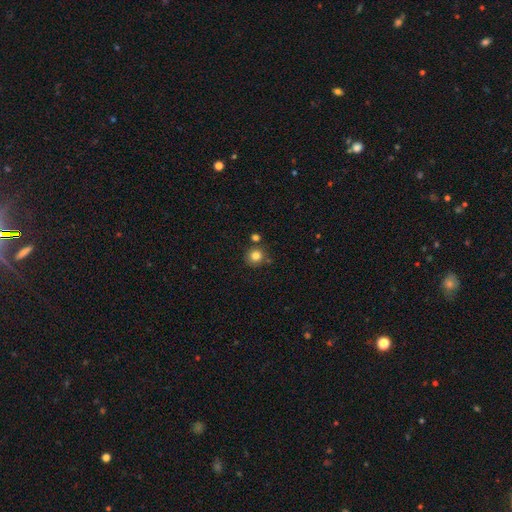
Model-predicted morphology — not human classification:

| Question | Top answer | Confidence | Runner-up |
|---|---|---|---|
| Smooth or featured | smooth | 82% | star or artifact (11%) |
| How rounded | round | 91% | in between (8%) |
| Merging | none | 77% | minor disturbance (10%) |